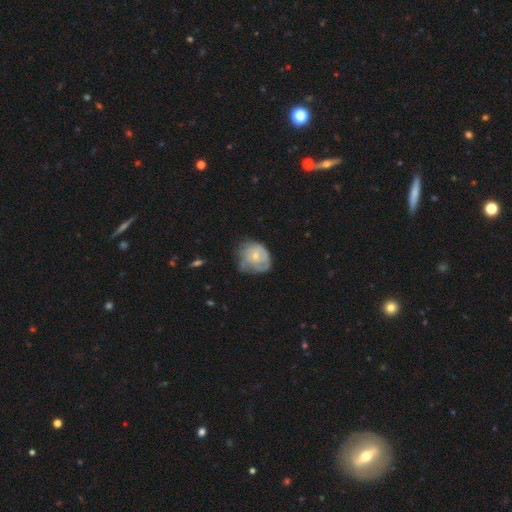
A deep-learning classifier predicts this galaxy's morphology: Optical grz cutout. It shows a featured or disk galaxy (47%). Merging: none (44%).